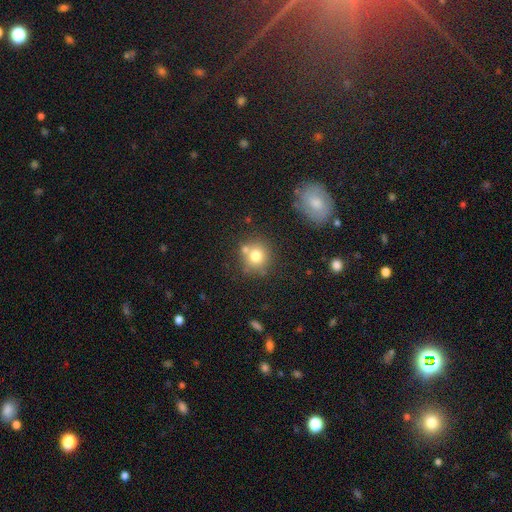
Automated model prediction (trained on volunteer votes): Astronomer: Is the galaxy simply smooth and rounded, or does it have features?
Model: smooth — 75%.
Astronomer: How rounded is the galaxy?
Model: round — 87%.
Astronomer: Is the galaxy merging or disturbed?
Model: none — 65%.